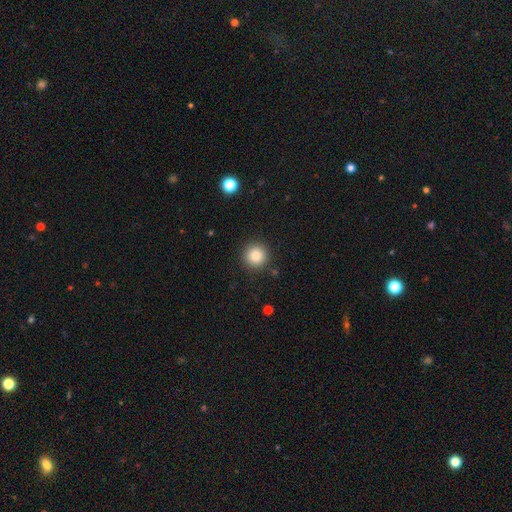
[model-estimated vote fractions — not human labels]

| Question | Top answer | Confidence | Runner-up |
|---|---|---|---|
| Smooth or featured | smooth | 85% | star or artifact (10%) |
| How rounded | round | 95% | in between (4%) |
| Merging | none | 90% | minor disturbance (6%) |